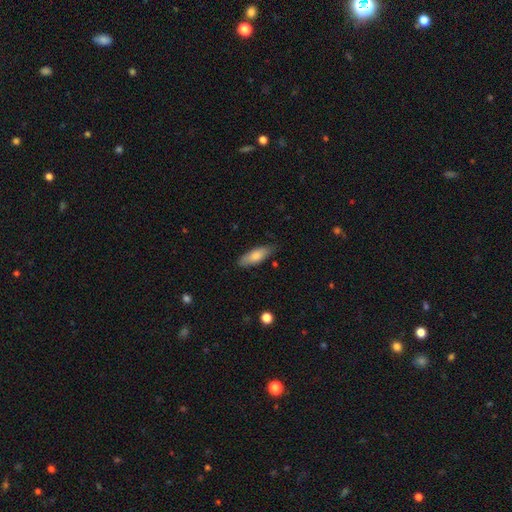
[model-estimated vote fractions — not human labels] smooth_or_featured: smooth (p=0.77) [alt: featured or disk p=0.17]
how_rounded: in between (p=0.60) [alt: cigar-shaped p=0.38]
merging: none (p=0.80) [alt: minor disturbance p=0.16]